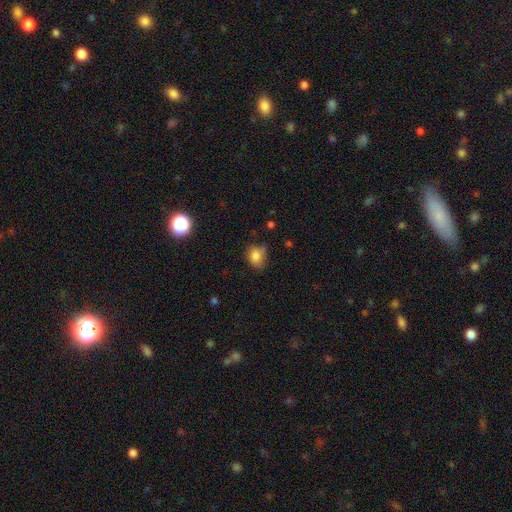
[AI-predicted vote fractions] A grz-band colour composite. It shows a smooth galaxy with no disk features (80%) that is in between round and cigar-shaped (54%). Merging: none (53%).